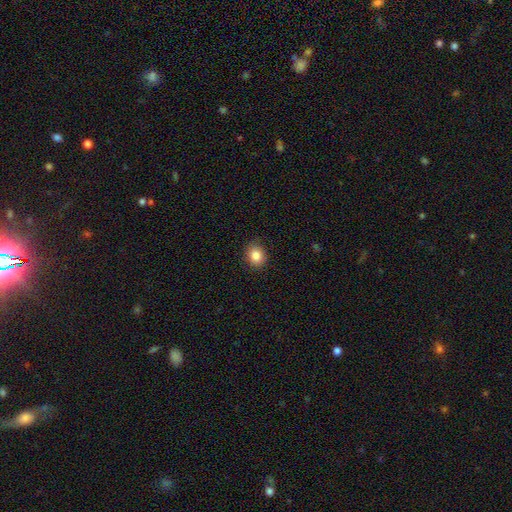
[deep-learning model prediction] Smooth or featured: smooth — 85% (star or artifact — 10%)
How rounded: round — 66% (in between — 33%)
Merging: none — 88% (minor disturbance — 9%)